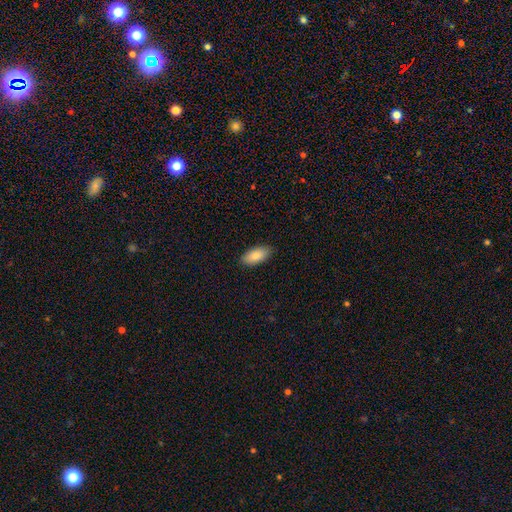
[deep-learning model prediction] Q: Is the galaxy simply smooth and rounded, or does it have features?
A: smooth — 85%.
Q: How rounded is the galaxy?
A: in between — 91%.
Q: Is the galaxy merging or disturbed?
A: none — 88%.